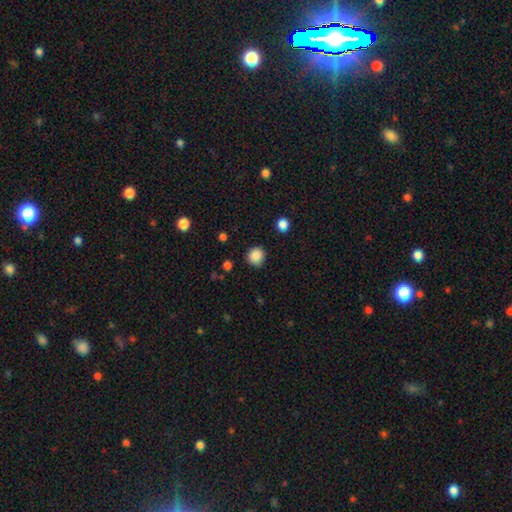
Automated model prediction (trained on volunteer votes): A smooth galaxy with no disk features (87%) that is round (91%). Merging: none (87%).